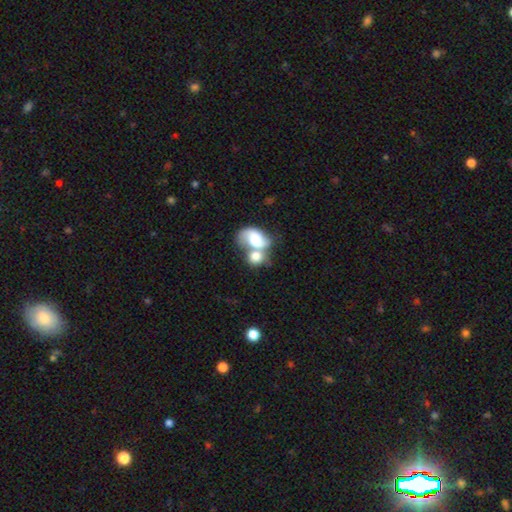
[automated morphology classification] type=smooth (58%); roundness=in between (65%); merging=merger (71%).